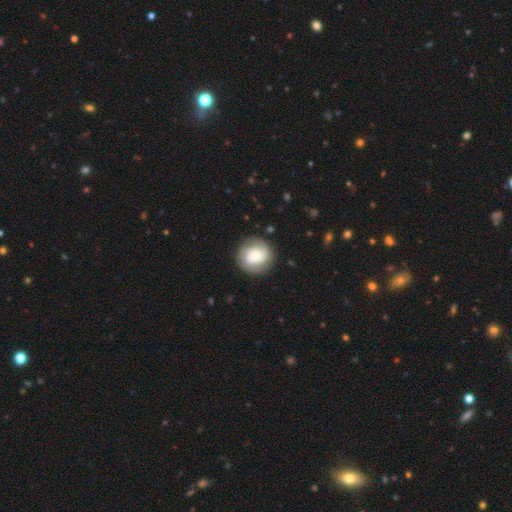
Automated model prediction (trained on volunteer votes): featured or disk 47%, smooth 46%, star or artifact 7%. Down the decision tree: merging — none (83%).